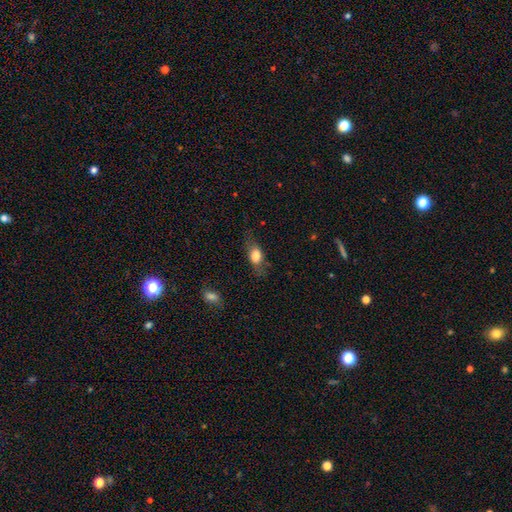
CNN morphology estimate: Smooth or featured? Predicted: smooth (p=0.72). How rounded? Predicted: in between (p=0.76). Merging? Predicted: none (p=0.69).